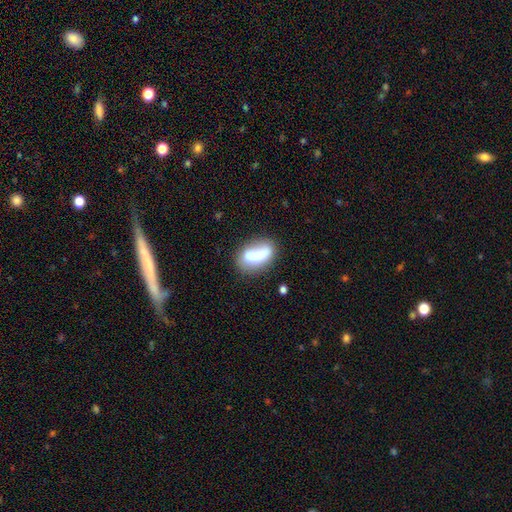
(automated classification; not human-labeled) smooth-or-featured: smooth: 68% | featured or disk: 24% | star or artifact: 8%
  how-rounded: in between: 83% | cigar-shaped: 11% | round: 7%
  merging: none: 43% | minor disturbance: 22% | merger: 20% | major disturbance: 15%